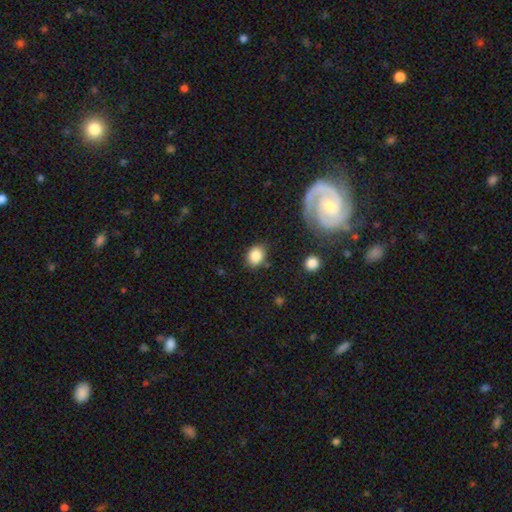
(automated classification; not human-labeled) This appears to be a smooth galaxy with no disk features (84%) that is in between round and cigar-shaped (50%). Merging: none (77%).